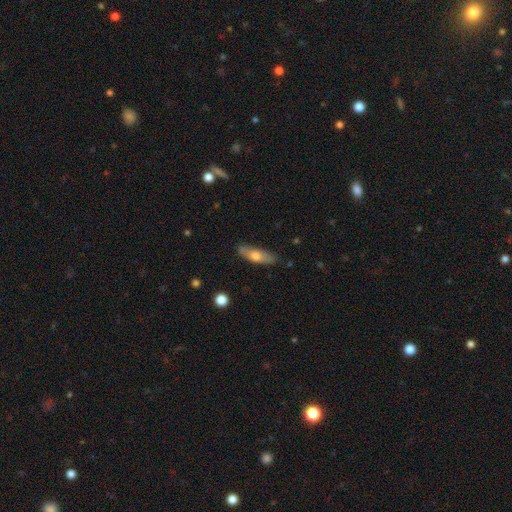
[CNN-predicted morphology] Smooth or featured? smooth (62%)
How rounded? in between (50%)
Merging? none (80%)